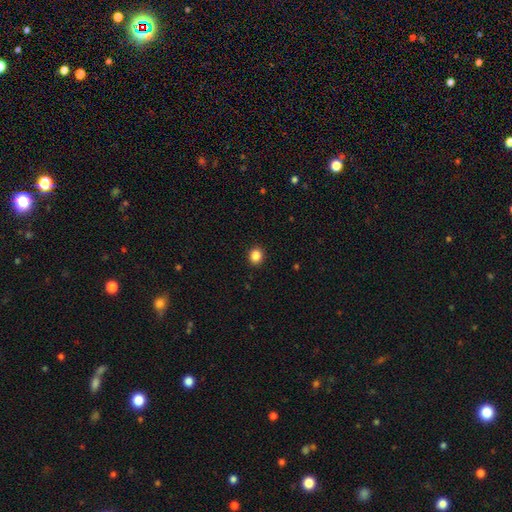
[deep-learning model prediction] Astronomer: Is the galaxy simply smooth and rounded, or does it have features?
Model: smooth — 86%.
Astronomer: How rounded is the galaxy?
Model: round — 75%.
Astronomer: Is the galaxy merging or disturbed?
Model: none — 92%.